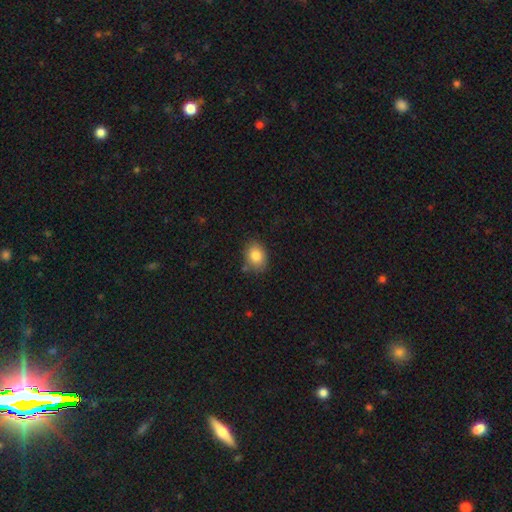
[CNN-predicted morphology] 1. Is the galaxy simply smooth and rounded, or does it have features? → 83% smooth, 9% star or artifact, 8% featured or disk.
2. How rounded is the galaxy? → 63% in between, 36% round, 1% cigar-shaped.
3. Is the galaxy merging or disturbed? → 77% none, 16% minor disturbance, 3% merger, 3% major disturbance.